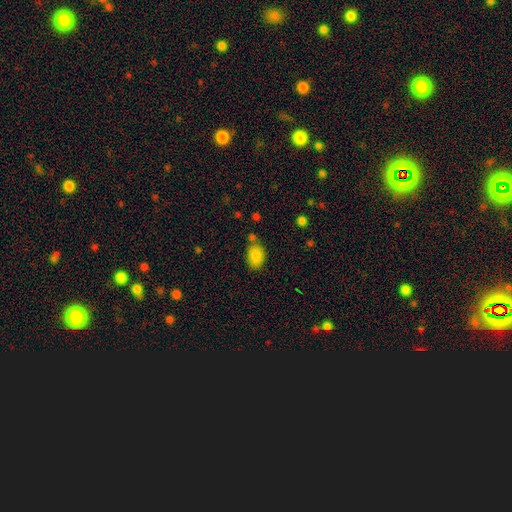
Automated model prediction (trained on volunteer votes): Morphology: type=smooth (86%); roundness=in between (79%); merging=none (69%).